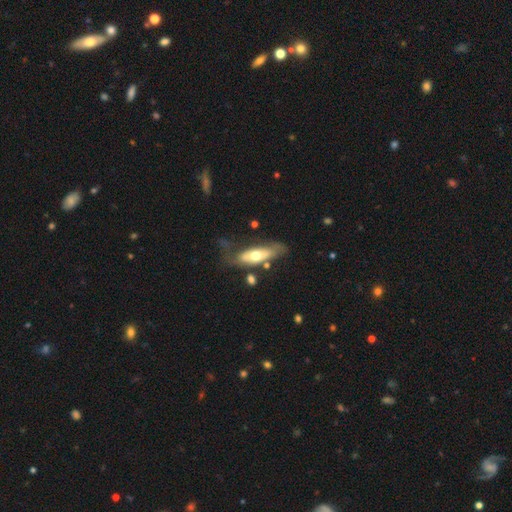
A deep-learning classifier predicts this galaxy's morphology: Smooth or featured? featured or disk (49%)
Merging? none (49%)